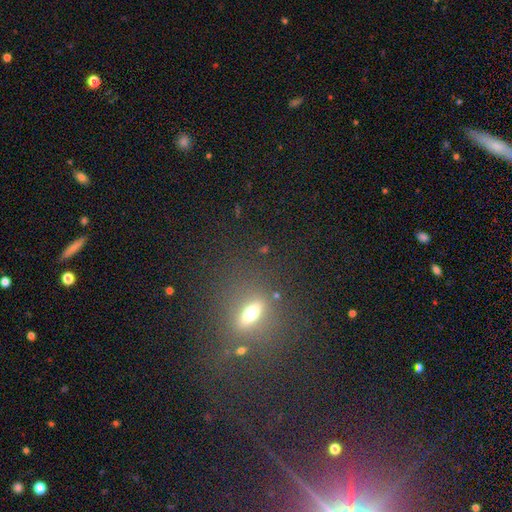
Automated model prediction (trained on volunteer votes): This is possibly a star or artifact rather than a galaxy (52%).